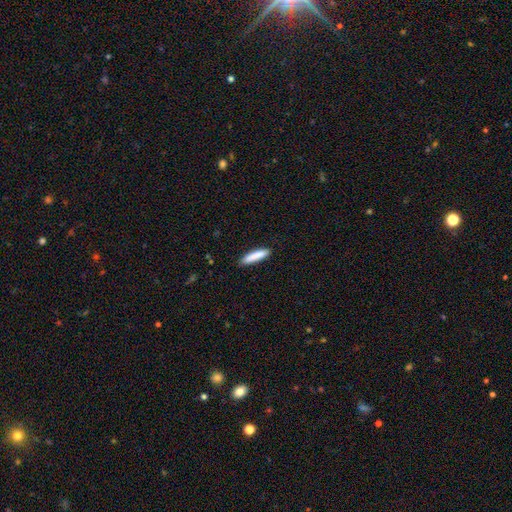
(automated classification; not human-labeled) This is clearly a smooth galaxy (86%). How rounded: clearly cigar-shaped (82%). Merging: clearly none (86%).